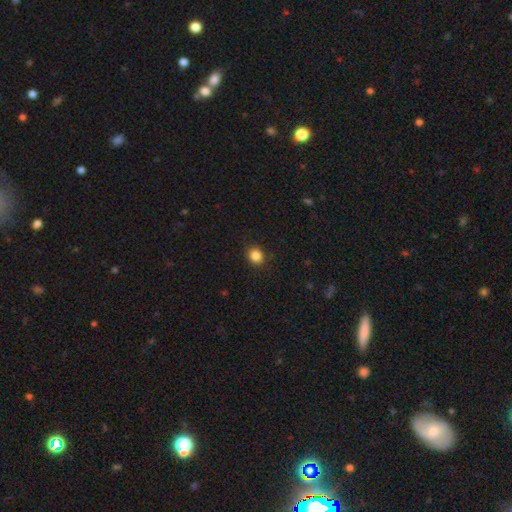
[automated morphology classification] type=smooth (86%); roundness=round (70%); merging=none (89%).